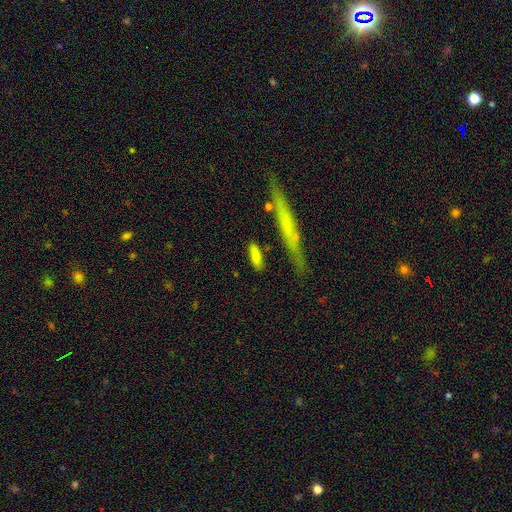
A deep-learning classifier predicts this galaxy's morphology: smooth 79%, featured or disk 14%, star or artifact 7%. Down the decision tree: how rounded — in between (50%); merging — none (74%).